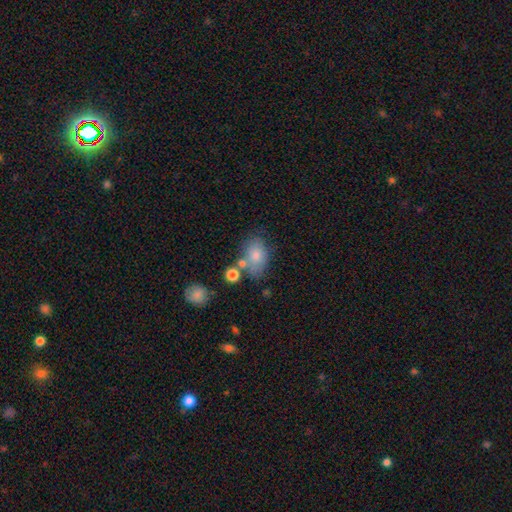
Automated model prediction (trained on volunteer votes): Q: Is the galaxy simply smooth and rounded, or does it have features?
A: smooth — 77%.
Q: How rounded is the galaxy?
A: in between — 80%.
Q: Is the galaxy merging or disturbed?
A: none — 55%.